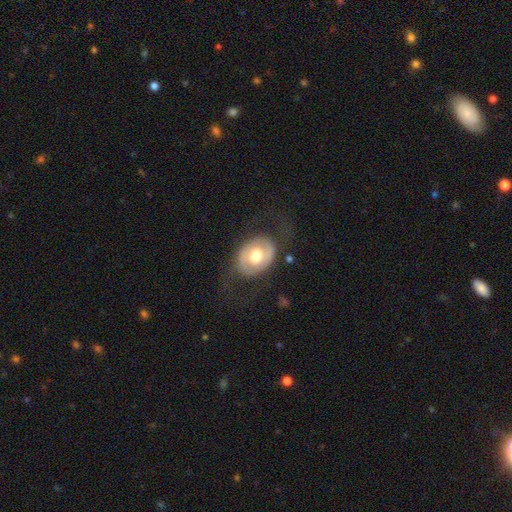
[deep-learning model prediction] smooth-or-featured: smooth: 49% | featured or disk: 45% | star or artifact: 6%
  merging: none: 68% | minor disturbance: 16% | major disturbance: 15% | merger: 1%